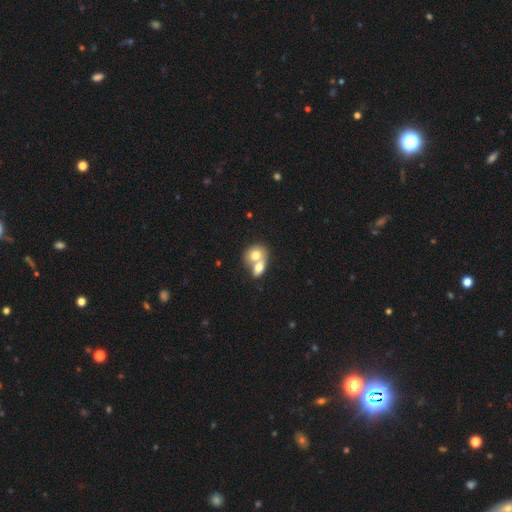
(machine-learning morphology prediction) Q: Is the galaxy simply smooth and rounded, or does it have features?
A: smooth — 71%.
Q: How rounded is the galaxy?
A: in between — 52%.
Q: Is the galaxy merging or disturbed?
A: merger — 74%.